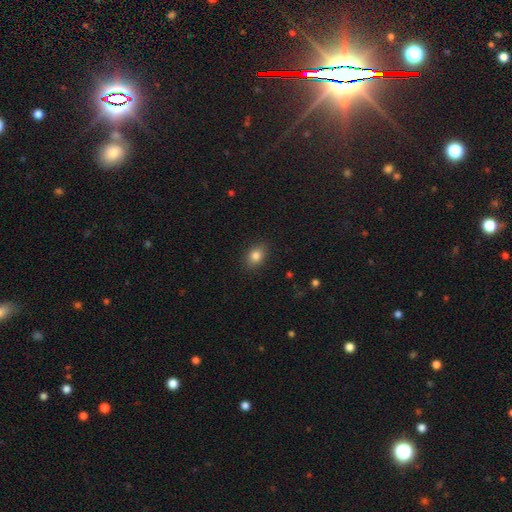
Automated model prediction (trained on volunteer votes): Smooth or featured? smooth (84%)
How rounded? in between (69%)
Merging? none (88%)